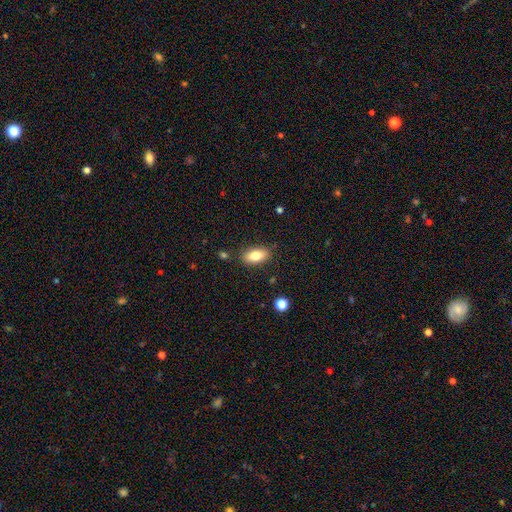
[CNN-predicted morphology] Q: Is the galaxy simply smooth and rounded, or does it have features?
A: smooth — 80%.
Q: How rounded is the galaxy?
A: in between — 89%.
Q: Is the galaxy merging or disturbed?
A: none — 85%.